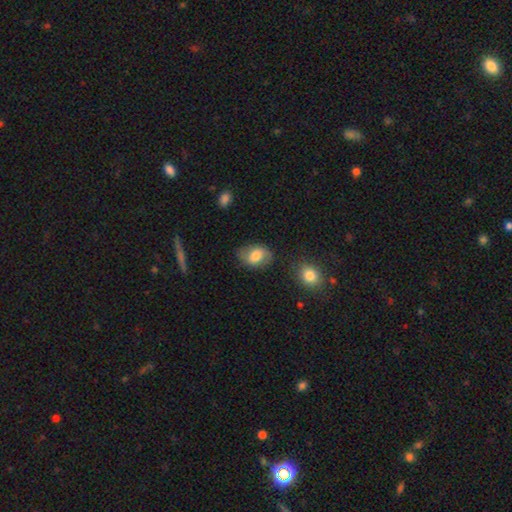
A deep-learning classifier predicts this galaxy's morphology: The model was most divided on "smooth or featured": smooth: 68%, featured or disk: 24%, star or artifact: 8%. More confident: how rounded — in between (74%); merging — none (70%).